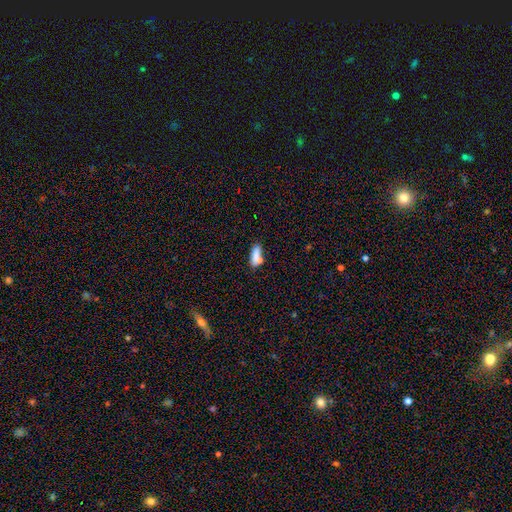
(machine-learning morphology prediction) A smooth galaxy with no disk features (81%) that is in between round and cigar-shaped (71%). Merging: none (55%).